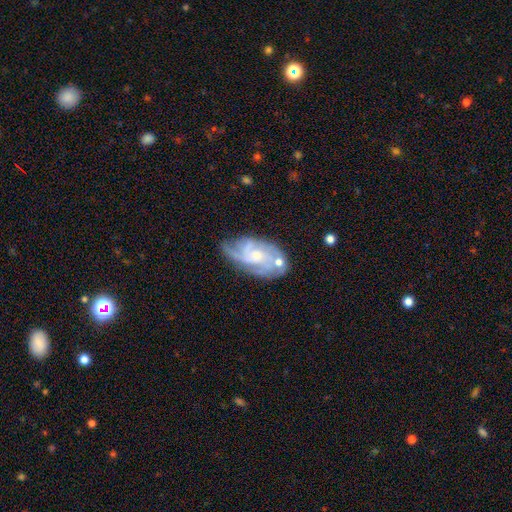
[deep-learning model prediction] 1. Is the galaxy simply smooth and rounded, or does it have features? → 81% featured or disk, 12% smooth, 6% star or artifact.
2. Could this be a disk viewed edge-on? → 96% no, 4% yes.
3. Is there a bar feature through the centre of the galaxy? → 65% no, 30% weak, 5% strong.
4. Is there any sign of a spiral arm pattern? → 93% yes, 7% no.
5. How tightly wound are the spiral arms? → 46% tight, 41% medium, 13% loose.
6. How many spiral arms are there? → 31% 3, 26% can't tell, 19% 4, 13% 2, 5% more than 4, 5% 1.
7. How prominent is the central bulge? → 45% small, 43% moderate, 7% none, 4% large, 1% dominant.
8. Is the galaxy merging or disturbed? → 58% none, 24% minor disturbance, 11% major disturbance, 7% merger.